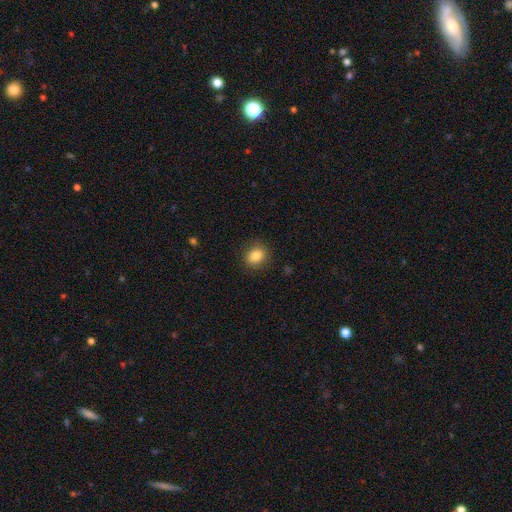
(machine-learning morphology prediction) Smooth or featured? Predicted: smooth (p=0.84). How rounded? Predicted: round (p=0.60). Merging? Predicted: none (p=0.88).